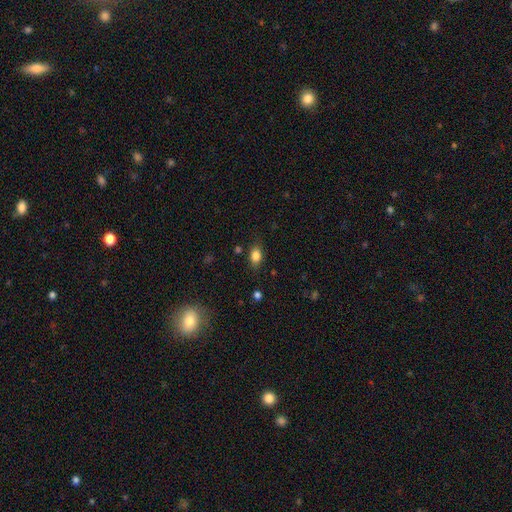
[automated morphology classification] Smooth or featured: smooth — 84% (star or artifact — 10%)
How rounded: in between — 80% (round — 17%)
Merging: none — 80% (minor disturbance — 14%)